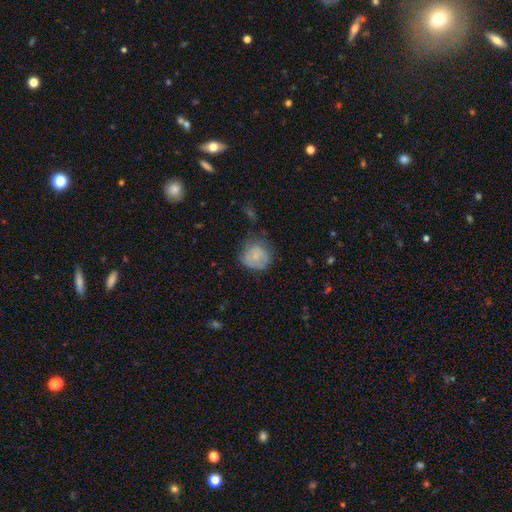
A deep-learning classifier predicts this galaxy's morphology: smooth-or-featured: smooth: 66% | featured or disk: 26% | star or artifact: 8%
  how-rounded: round: 84% | in between: 15% | cigar-shaped: 1%
  merging: none: 53% | minor disturbance: 30% | major disturbance: 14% | merger: 3%